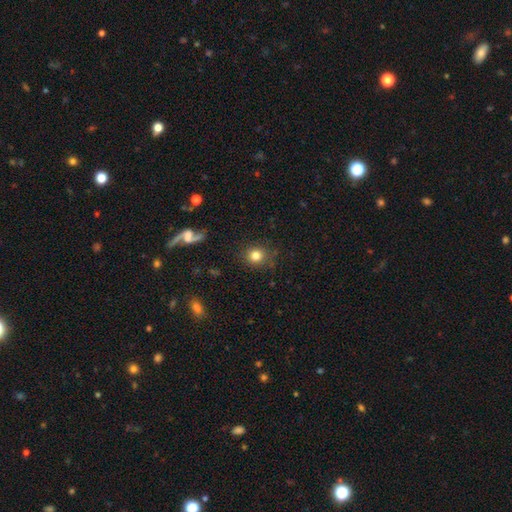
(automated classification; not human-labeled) Smooth or featured? Predicted: smooth (p=0.81). How rounded? Predicted: round (p=0.87). Merging? Predicted: none (p=0.85).